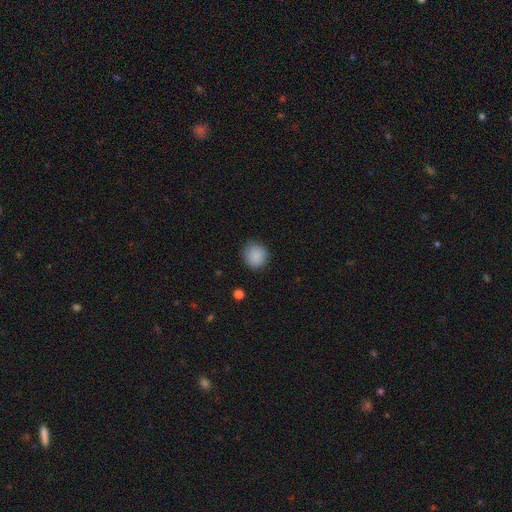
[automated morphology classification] type=smooth (88%); roundness=round (86%); merging=none (86%).